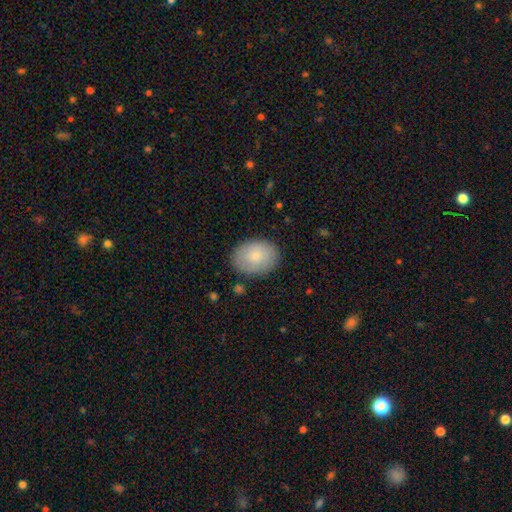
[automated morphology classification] Q: Smooth or featured?
A: smooth (82%); runner-up: featured or disk (12%)
Q: How rounded?
A: in between (73%); runner-up: round (26%)
Q: Merging?
A: none (85%); runner-up: minor disturbance (11%)